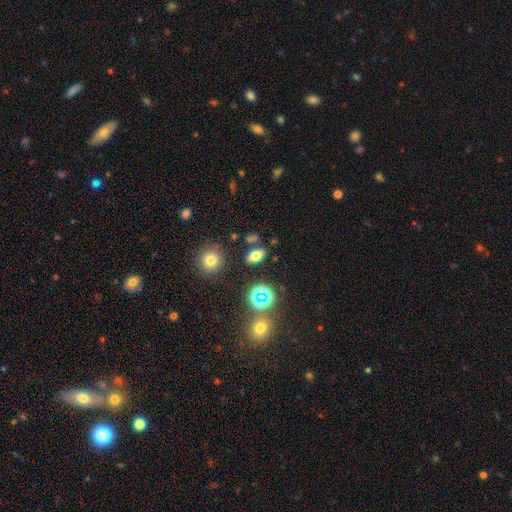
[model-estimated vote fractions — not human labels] smooth-or-featured: smooth: 64% | star or artifact: 21% | featured or disk: 15%
  how-rounded: in between: 79% | round: 11% | cigar-shaped: 10%
  merging: none: 83% | minor disturbance: 9% | merger: 5% | major disturbance: 3%